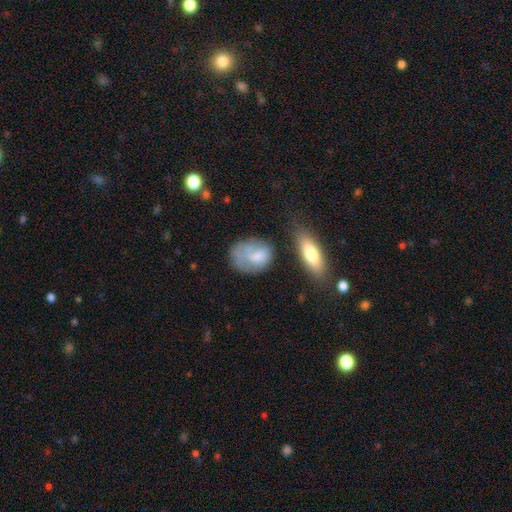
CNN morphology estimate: Smooth or featured: smooth — 64% (featured or disk — 28%)
How rounded: in between — 71% (round — 27%)
Merging: none — 39% (minor disturbance — 28%)